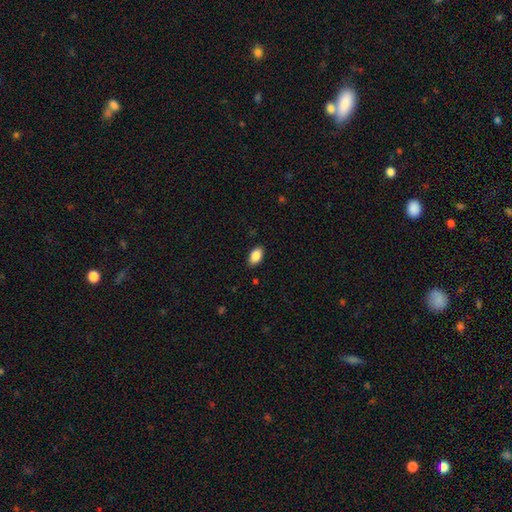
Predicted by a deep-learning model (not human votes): A smooth galaxy with no disk features (87%) that is in between round and cigar-shaped (93%).

Vote fractions:
- Smooth or featured? smooth: 87% / star or artifact: 7% / featured or disk: 5%
- How rounded? in between: 93% / round: 5% / cigar-shaped: 2%
- Merging? none: 88% / minor disturbance: 9% / major disturbance: 2% / merger: 1%